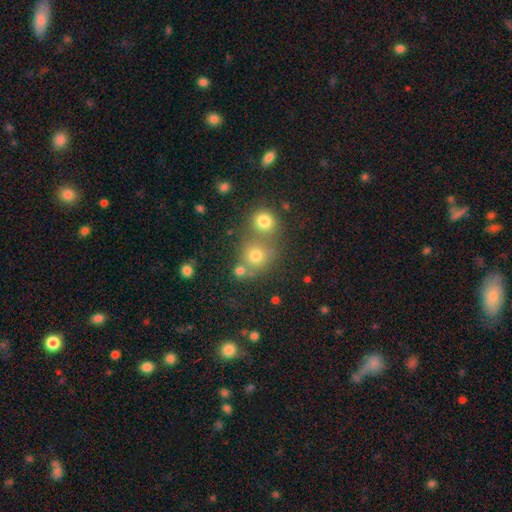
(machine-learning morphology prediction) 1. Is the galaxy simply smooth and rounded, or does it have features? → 72% smooth, 18% star or artifact, 10% featured or disk.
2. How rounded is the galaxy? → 86% round, 13% in between, 1% cigar-shaped.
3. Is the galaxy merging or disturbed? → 56% none, 32% merger, 8% minor disturbance, 4% major disturbance.